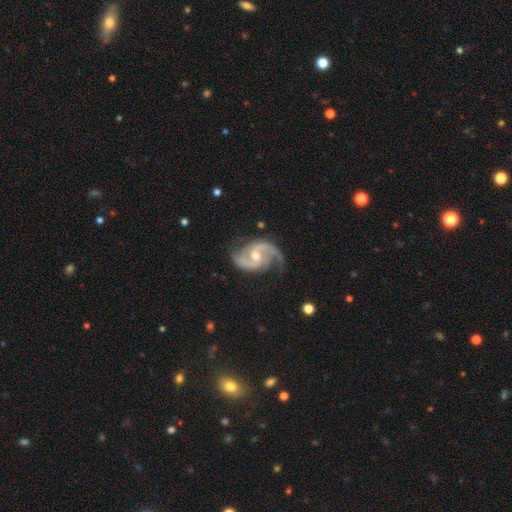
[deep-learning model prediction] This is clearly a featured or disk galaxy (92%). It is clearly not viewed edge-on (98%). Bar: possibly weak (46%). Spiral arm pattern: clearly yes (98%). Spiral arm count: clearly 2 (92%). Spiral winding: possibly medium (57%). Central bulge: likely moderate (63%). Merging: likely none (72%).